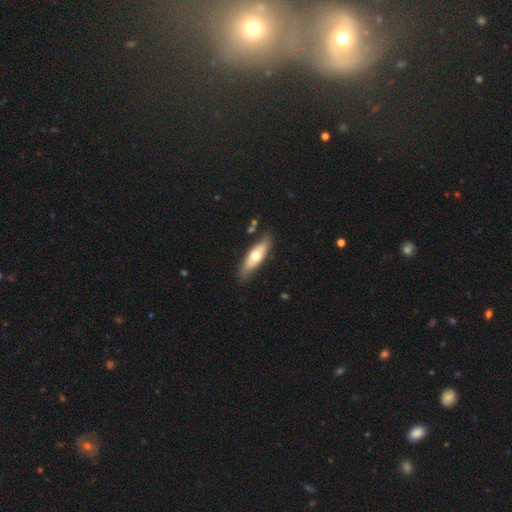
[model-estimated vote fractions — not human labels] The model was most divided on "how rounded": in between: 49%, cigar-shaped: 48%, round: 2%. More confident: merging — none (80%); smooth or featured — smooth (55%).